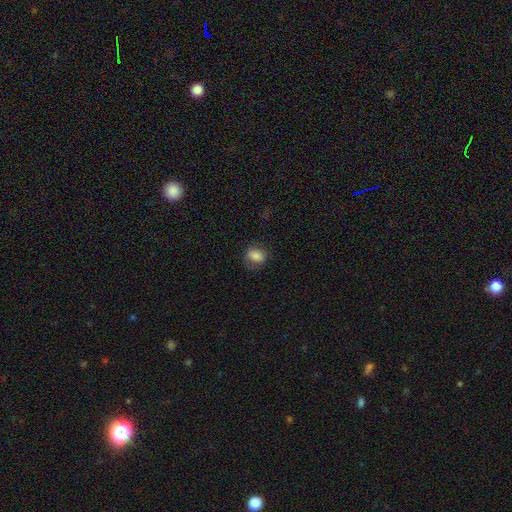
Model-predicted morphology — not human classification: smooth_or_featured: smooth (p=0.81) [alt: star or artifact p=0.09]
how_rounded: in between (p=0.55) [alt: round p=0.43]
merging: none (p=0.78) [alt: minor disturbance p=0.16]